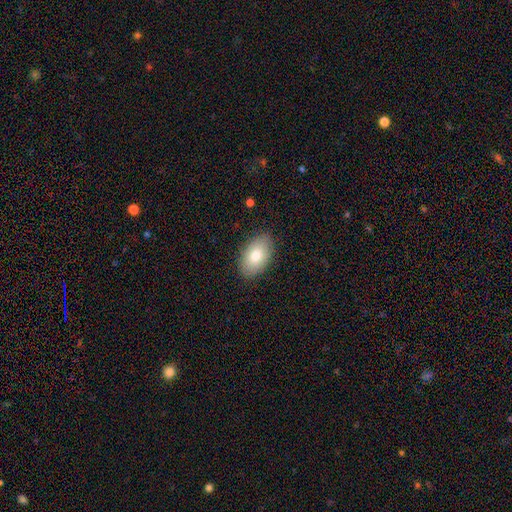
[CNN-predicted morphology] Smooth or featured: smooth — 78% (featured or disk — 15%)
How rounded: in between — 93% (round — 6%)
Merging: none — 86% (minor disturbance — 11%)